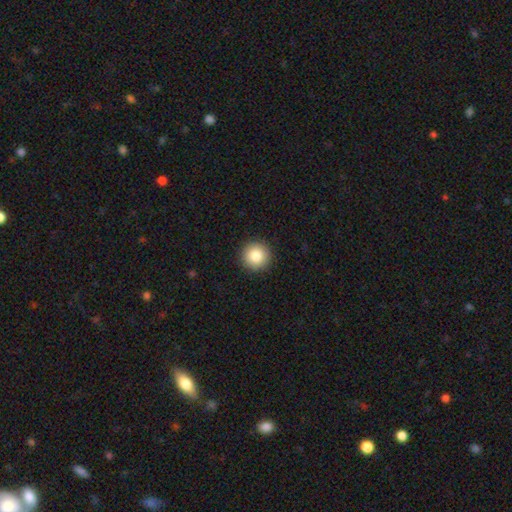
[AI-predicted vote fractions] A smooth galaxy with no disk features (85%) that is round (95%).

Vote fractions:
- Smooth or featured? smooth: 85% / star or artifact: 9% / featured or disk: 6%
- How rounded? round: 95% / in between: 4% / cigar-shaped: 1%
- Merging? none: 93% / minor disturbance: 5% / major disturbance: 2% / merger: 1%